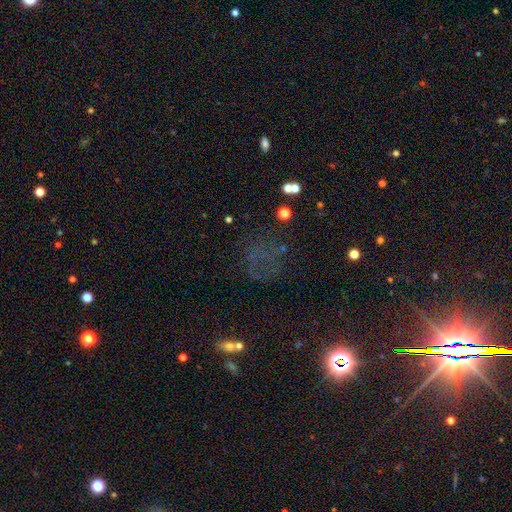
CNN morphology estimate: The model was most divided on "smooth or featured": star or artifact: 44%, smooth: 33%, featured or disk: 23%.